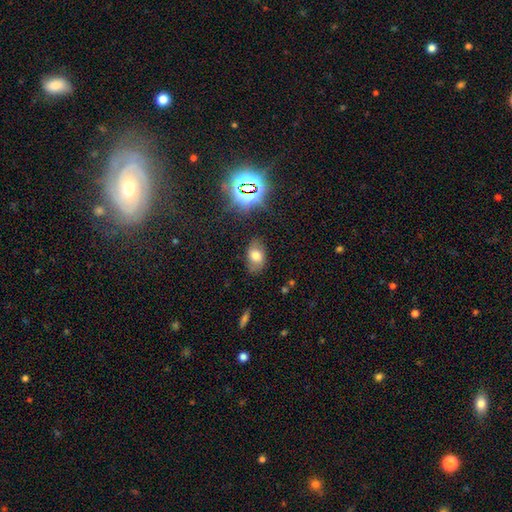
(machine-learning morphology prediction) A smooth galaxy with no disk features (65%) that is in between round and cigar-shaped (85%). Merging: none (75%).